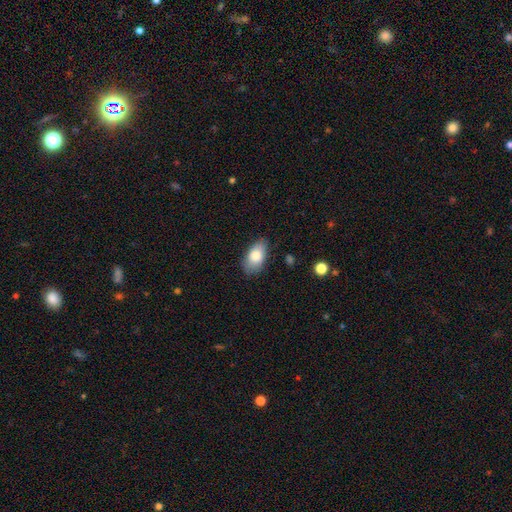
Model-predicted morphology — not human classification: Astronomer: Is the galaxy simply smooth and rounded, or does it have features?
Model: smooth — 82%.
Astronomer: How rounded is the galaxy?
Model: in between — 93%.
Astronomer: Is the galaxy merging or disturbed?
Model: none — 79%.